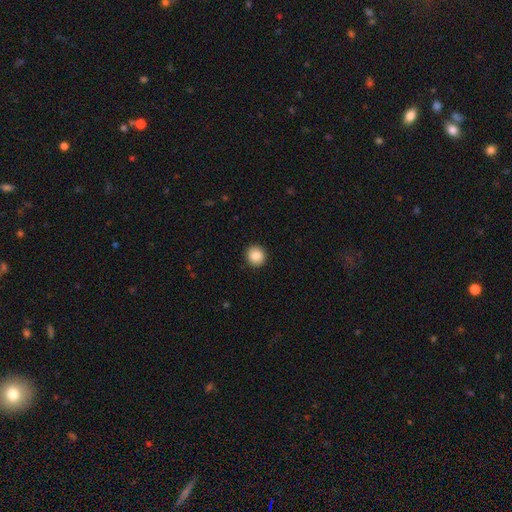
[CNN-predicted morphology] Overall: smooth (87%). How rounded: round (91%). Merging: none (92%).